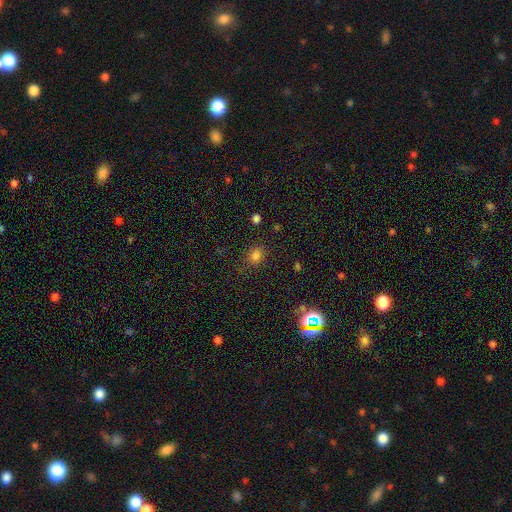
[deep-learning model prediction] smooth_or_featured: smooth (p=0.77) [alt: star or artifact p=0.17]
how_rounded: round (p=0.54) [alt: in between p=0.45]
merging: none (p=0.80) [alt: minor disturbance p=0.13]